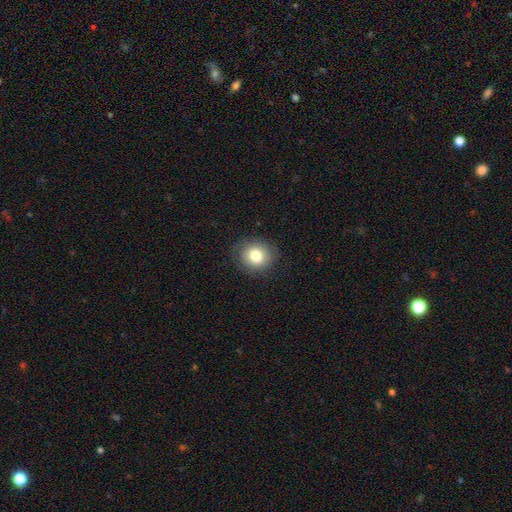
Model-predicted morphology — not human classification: This appears to be a smooth galaxy with no disk features (80%) that is round (80%). Merging: none (85%).